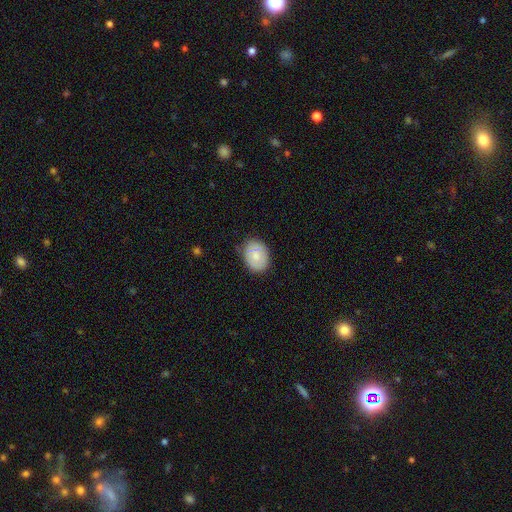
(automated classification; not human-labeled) Smooth or featured: smooth — 75% (featured or disk — 19%)
How rounded: in between — 63% (round — 36%)
Merging: none — 77% (minor disturbance — 18%)